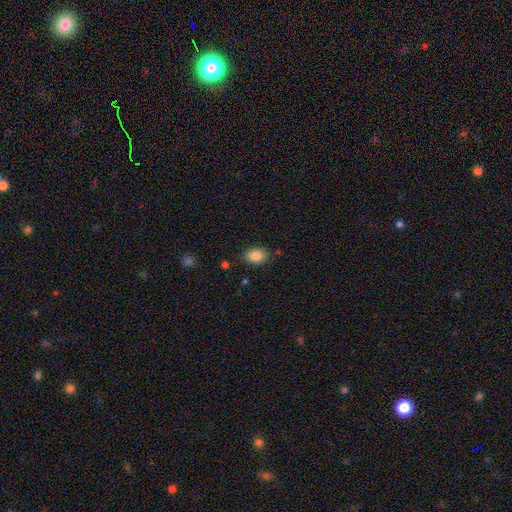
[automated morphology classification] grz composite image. It shows a smooth galaxy with no disk features (85%) that is in between round and cigar-shaped (75%). Merging: none (82%).